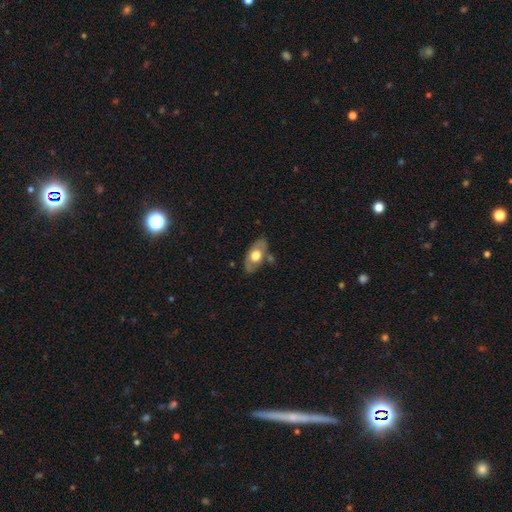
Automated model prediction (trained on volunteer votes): The model was most divided on "smooth or featured": smooth: 50%, featured or disk: 45%, star or artifact: 5%. More confident: merging — none (74%).